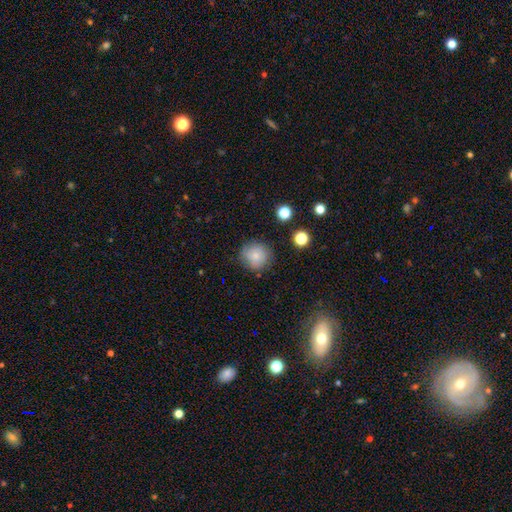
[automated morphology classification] type=smooth (82%); roundness=round (92%); merging=none (81%).